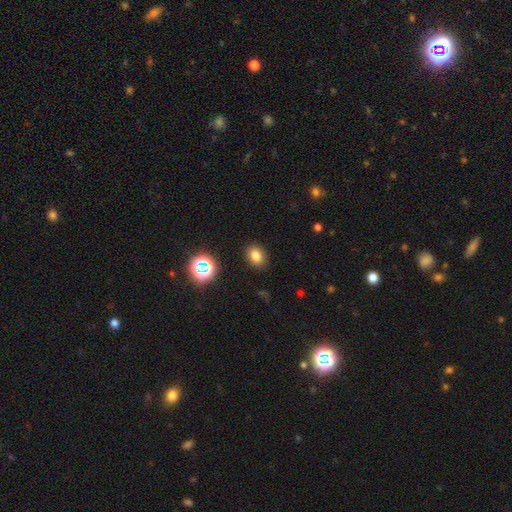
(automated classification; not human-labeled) smooth_or_featured: smooth (p=0.78) [alt: star or artifact p=0.15]
how_rounded: in between (p=0.69) [alt: round p=0.30]
merging: none (p=0.88) [alt: minor disturbance p=0.08]